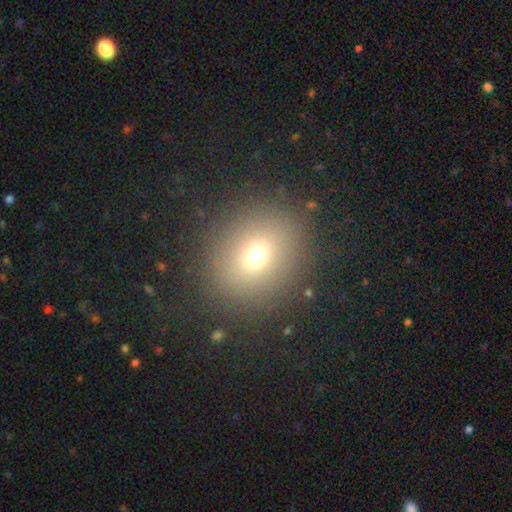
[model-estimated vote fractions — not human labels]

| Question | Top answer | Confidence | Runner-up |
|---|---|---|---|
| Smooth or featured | smooth | 69% | star or artifact (18%) |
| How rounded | round | 68% | in between (31%) |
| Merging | none | 86% | minor disturbance (8%) |